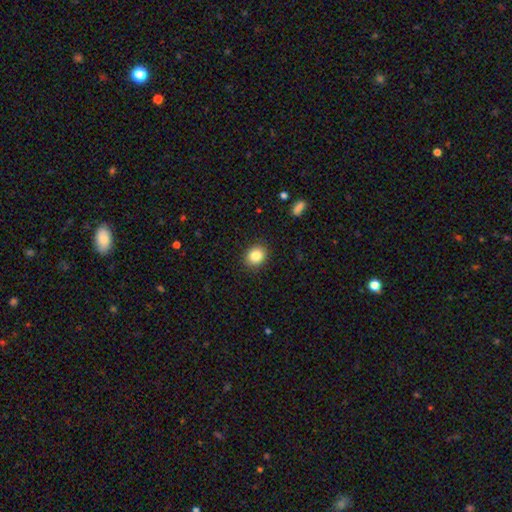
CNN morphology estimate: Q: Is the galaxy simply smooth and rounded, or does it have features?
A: smooth — 86%.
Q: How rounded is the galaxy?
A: round — 66%.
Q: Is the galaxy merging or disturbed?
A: none — 89%.